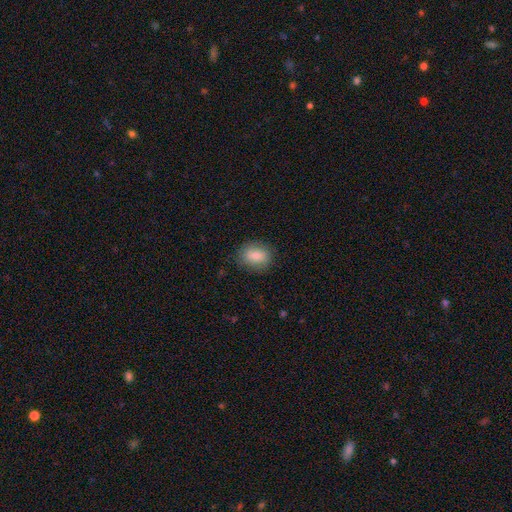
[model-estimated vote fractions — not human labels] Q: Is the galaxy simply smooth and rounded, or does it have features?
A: smooth — 80%.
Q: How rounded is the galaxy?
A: in between — 55%.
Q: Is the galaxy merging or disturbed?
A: none — 82%.